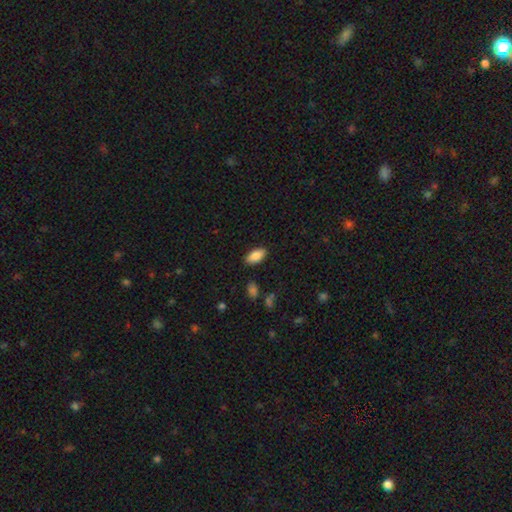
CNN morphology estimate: Overall: smooth (87%). How rounded: in between (93%). Merging: none (86%).